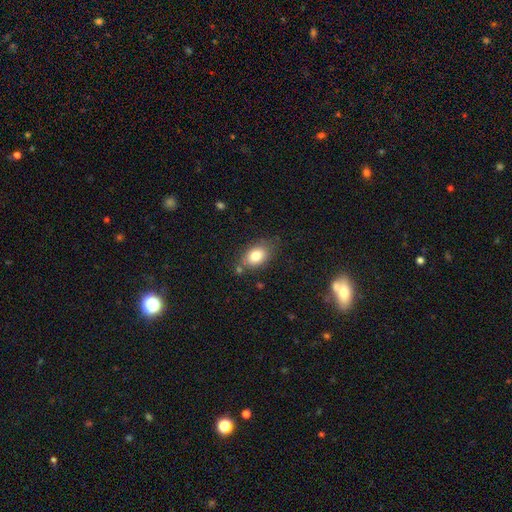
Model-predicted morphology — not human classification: Smooth or featured?
  - smooth: 82% *
  - featured or disk: 10%
  - star or artifact: 9%
How rounded?
  - in between: 80% *
  - round: 18%
  - cigar-shaped: 1%
Merging?
  - none: 70% *
  - minor disturbance: 18%
  - merger: 6%
  - major disturbance: 5%